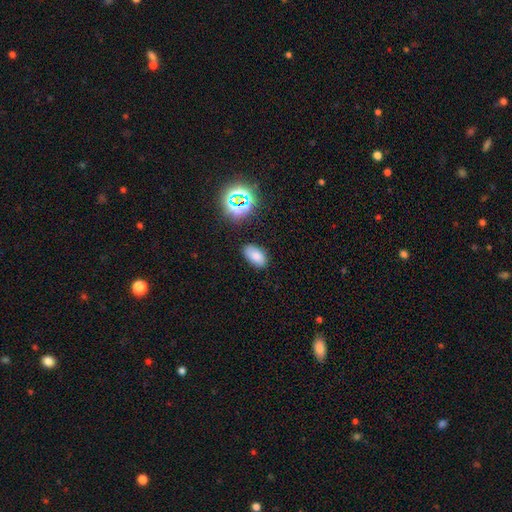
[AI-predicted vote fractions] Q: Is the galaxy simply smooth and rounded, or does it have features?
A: smooth — 76%.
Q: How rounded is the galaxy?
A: in between — 93%.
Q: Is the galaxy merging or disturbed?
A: none — 83%.